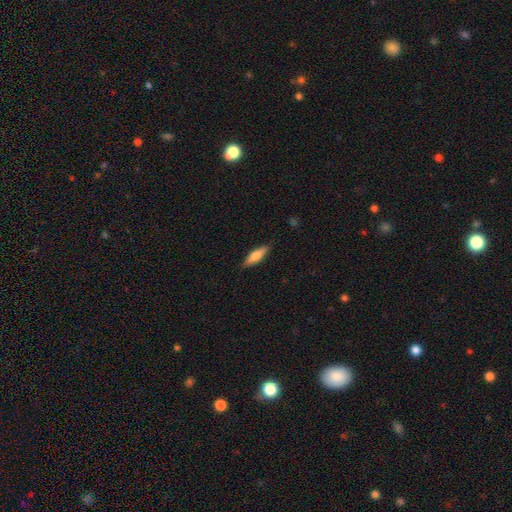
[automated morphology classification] smooth_or_featured: smooth (p=0.68) [alt: featured or disk p=0.26]
how_rounded: cigar-shaped (p=0.63) [alt: in between p=0.35]
merging: none (p=0.87) [alt: minor disturbance p=0.10]